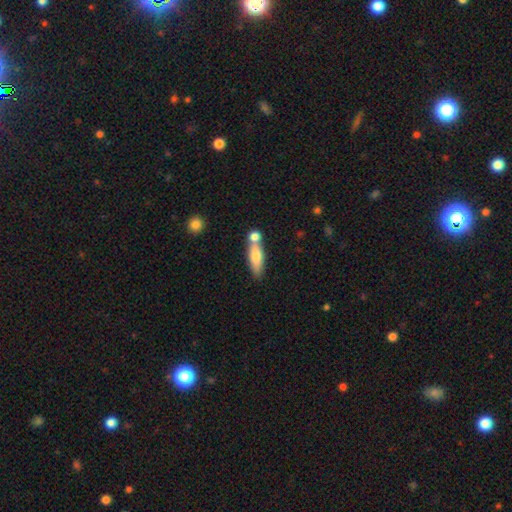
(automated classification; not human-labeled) The model was most divided on "how rounded": in between: 49%, cigar-shaped: 47%, round: 4%. Remaining: smooth or featured — smooth (70%); merging — none (44%).